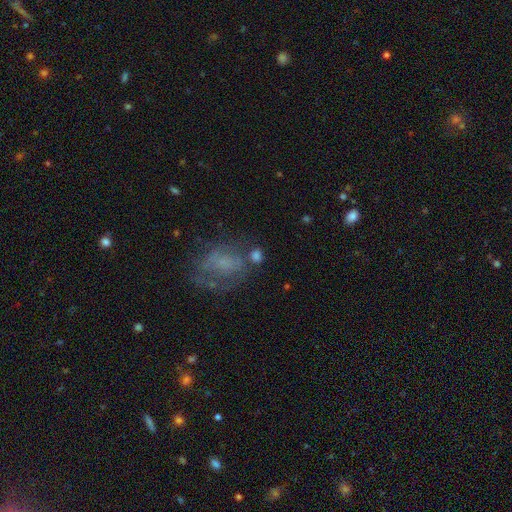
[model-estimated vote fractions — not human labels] Smooth or featured?
  - smooth: 67% *
  - featured or disk: 20%
  - star or artifact: 13%
How rounded?
  - round: 57% *
  - in between: 41%
  - cigar-shaped: 2%
Merging?
  - none: 55% *
  - minor disturbance: 18%
  - merger: 15%
  - major disturbance: 13%